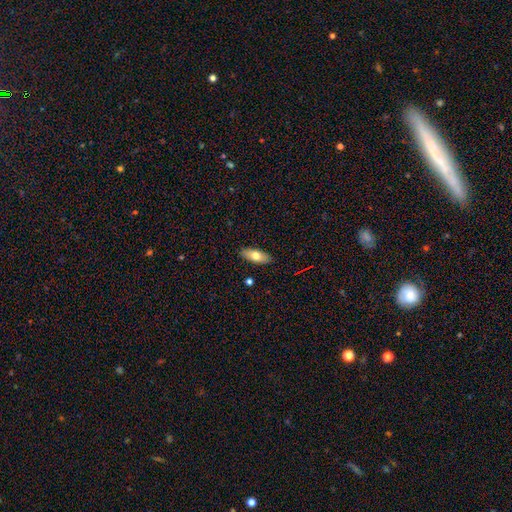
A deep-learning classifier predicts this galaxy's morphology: A smooth galaxy with no disk features (70%) that is in between round and cigar-shaped (79%).

Vote fractions:
- Smooth or featured? smooth: 70% / featured or disk: 24% / star or artifact: 7%
- How rounded? in between: 79% / cigar-shaped: 18% / round: 3%
- Merging? none: 89% / minor disturbance: 8% / major disturbance: 2% / merger: 1%